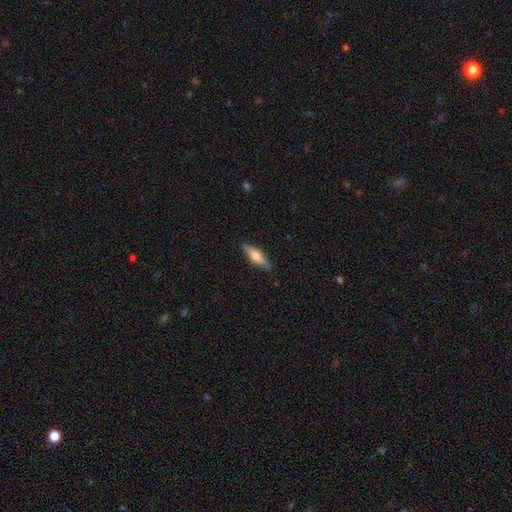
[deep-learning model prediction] A featured or disk galaxy (47%, tied with smooth). Merging: none (86%).